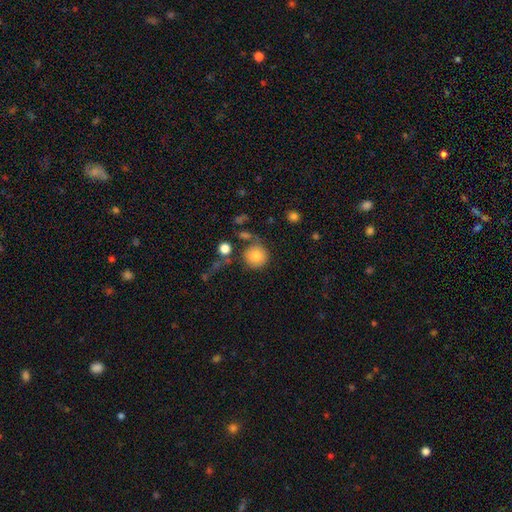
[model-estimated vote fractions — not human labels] The model was most divided on "merging": none: 69%, minor disturbance: 14%, merger: 10%, major disturbance: 7%. More confident: how rounded — round (93%); smooth or featured — smooth (83%).